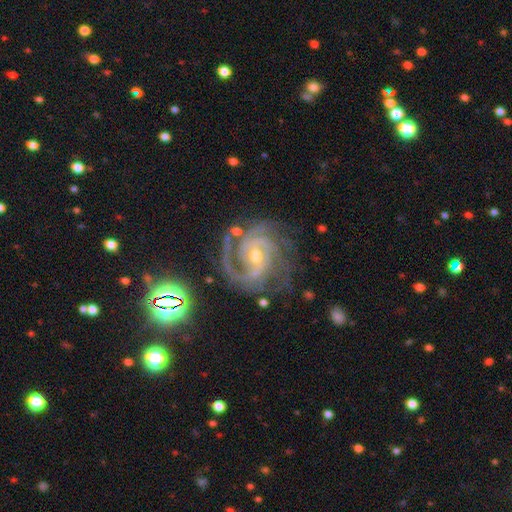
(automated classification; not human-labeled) Q: Smooth or featured?
A: featured or disk (91%); runner-up: star or artifact (6%)
Q: Edge-on disk?
A: no (98%); runner-up: yes (2%)
Q: Bar?
A: no (48%); runner-up: weak (37%)
Q: Spiral arms?
A: yes (98%); runner-up: no (2%)
Q: Spiral winding?
A: tight (57%); runner-up: medium (38%)
Q: Spiral arm count?
A: 2 (37%); runner-up: 3 (33%)
Q: Bulge size?
A: moderate (48%); tied with: small (48%)
Q: Merging?
A: none (68%); runner-up: minor disturbance (19%)